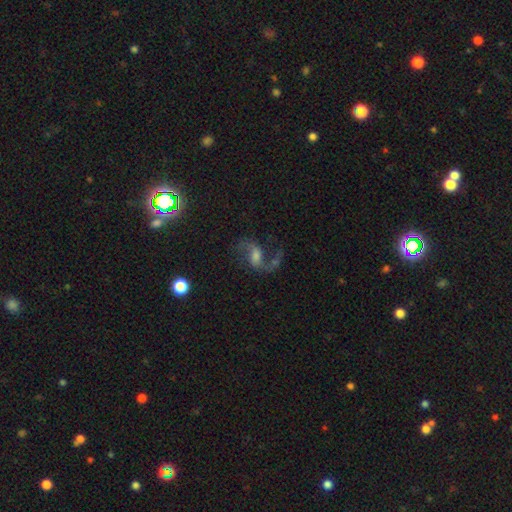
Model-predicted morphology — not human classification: Smooth or featured? Predicted: featured or disk (p=0.76). Edge-on disk? Predicted: no (p=0.97). Bar? Predicted: weak (p=0.50). Spiral arms? Predicted: yes (p=0.92). Spiral winding? Predicted: loose (p=0.75). Spiral arm count? Predicted: 2 (p=0.89). Bulge size? Predicted: moderate (p=0.41). Merging? Predicted: none (p=0.54).